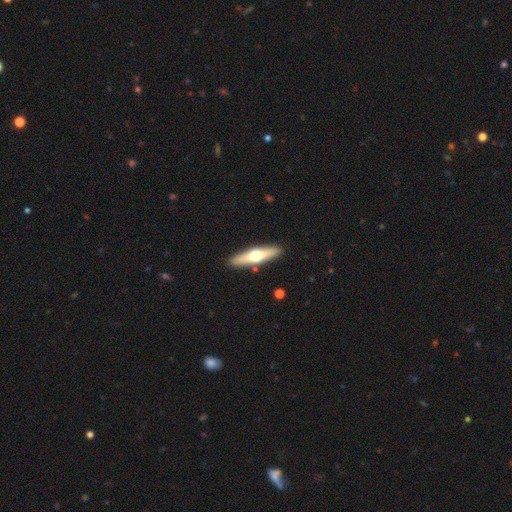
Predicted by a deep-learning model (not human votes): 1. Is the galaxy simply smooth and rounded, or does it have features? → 55% featured or disk, 40% smooth, 5% star or artifact.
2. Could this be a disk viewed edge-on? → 91% yes, 9% no.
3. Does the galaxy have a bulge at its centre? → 95% rounded, 3% none, 2% boxy.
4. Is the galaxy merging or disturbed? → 90% none, 7% minor disturbance, 2% merger, 2% major disturbance.